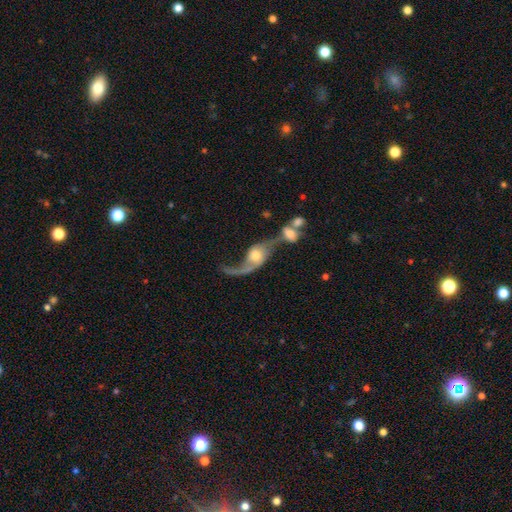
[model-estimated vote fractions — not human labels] The model was most divided on "bulge size": moderate: 55%, small: 24%, large: 14%, none: 4%, dominant: 3%. More confident: edge-on disk — no (92%); spiral winding — loose (88%); spiral arms — yes (87%); smooth or featured — featured or disk (77%); spiral arm count — 2 (71%); bar — no (62%); merging — merger (55%).